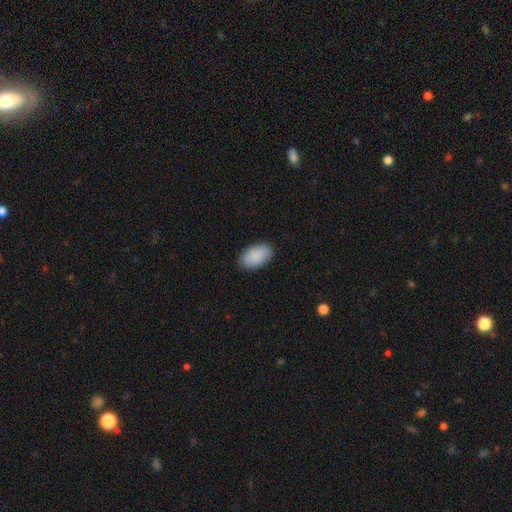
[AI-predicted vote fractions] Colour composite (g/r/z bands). It shows a smooth galaxy with no disk features (91%) that is in between round and cigar-shaped (95%). Merging: none (88%).